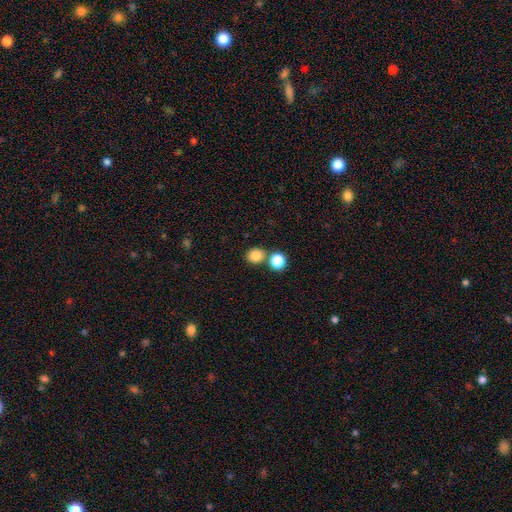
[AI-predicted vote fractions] Morphology: type=smooth (84%); roundness=round (78%); merging=none (68%).